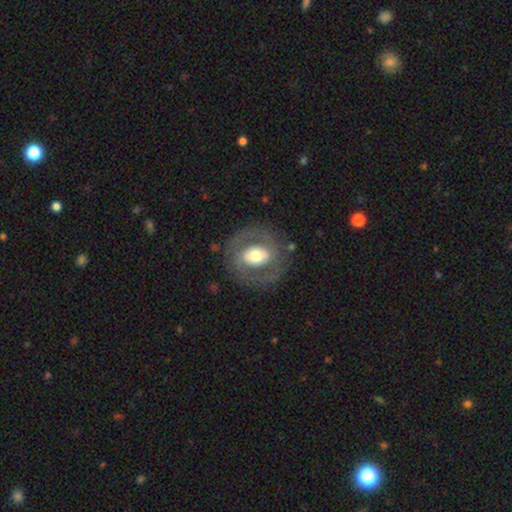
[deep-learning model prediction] Smooth or featured? Predicted: featured or disk (p=0.65). Edge-on disk? Predicted: no (p=0.96). Bar? Predicted: no (p=0.39). Spiral arms? Predicted: yes (p=0.53). Bulge size? Predicted: moderate (p=0.55). Merging? Predicted: none (p=0.78).